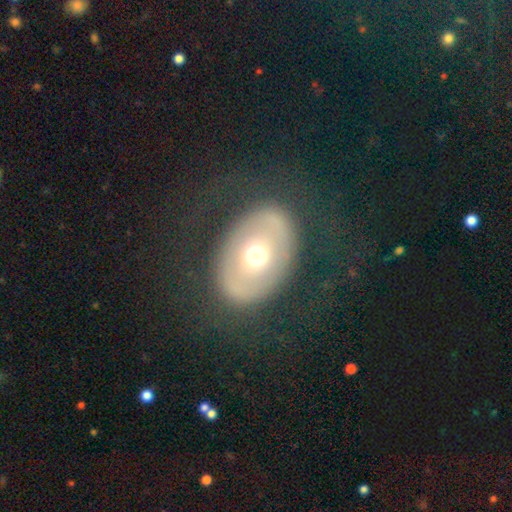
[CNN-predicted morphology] type=featured or disk (49%); merging=none (75%).